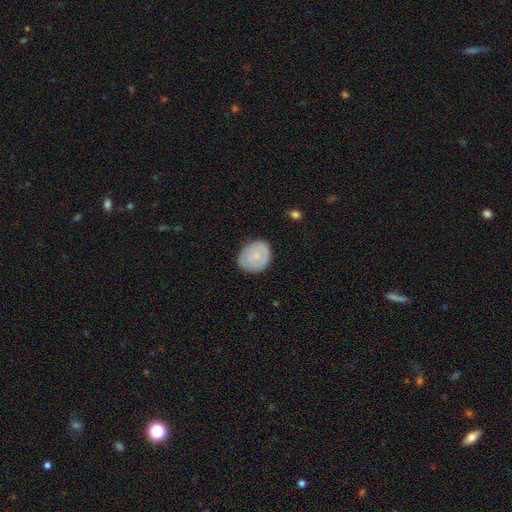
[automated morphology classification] A smooth galaxy with no disk features (61%) that is round (63%).

Vote fractions:
- Smooth or featured? smooth: 61% / featured or disk: 33% / star or artifact: 6%
- How rounded? round: 63% / in between: 36% / cigar-shaped: 1%
- Merging? none: 80% / minor disturbance: 16% / major disturbance: 4% / merger: 1%